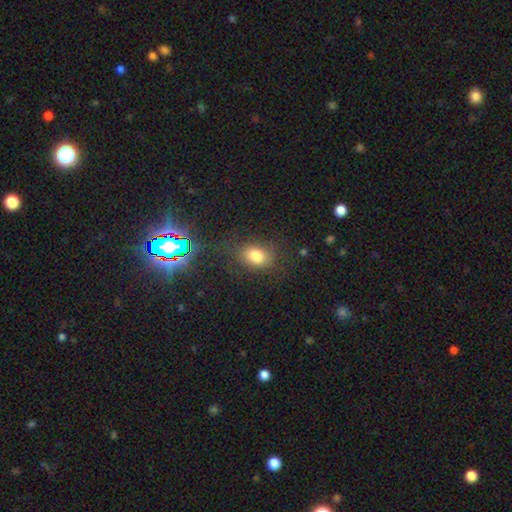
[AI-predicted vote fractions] Smooth or featured?
  - smooth: 75% *
  - star or artifact: 16%
  - featured or disk: 9%
How rounded?
  - in between: 64% *
  - round: 34%
  - cigar-shaped: 2%
Merging?
  - none: 70% *
  - minor disturbance: 18%
  - major disturbance: 9%
  - merger: 4%